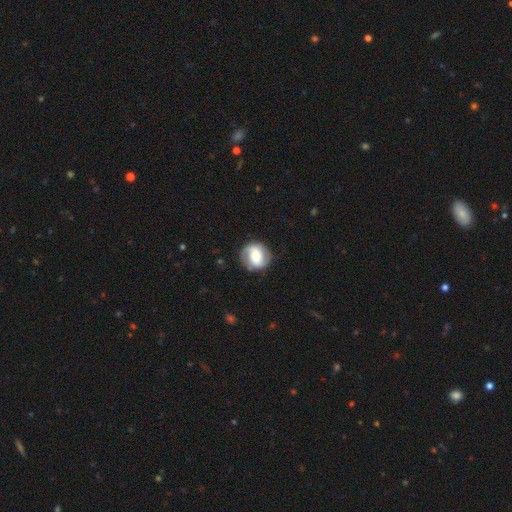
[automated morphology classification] Smooth or featured? featured or disk (56%)
Edge-on disk? no (97%)
Bar? weak (37%)
Spiral arms? yes (76%)
Bulge size? moderate (60%)
Merging? none (82%)